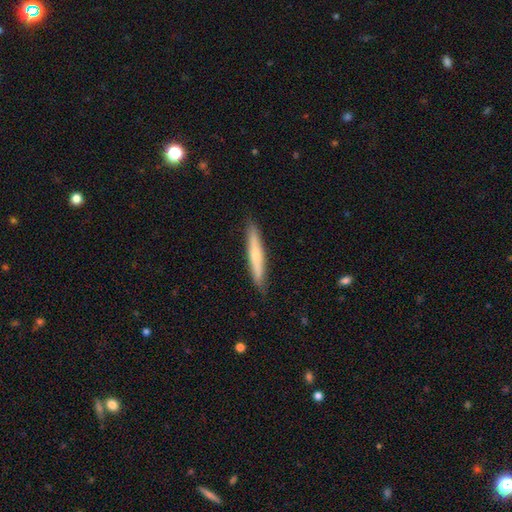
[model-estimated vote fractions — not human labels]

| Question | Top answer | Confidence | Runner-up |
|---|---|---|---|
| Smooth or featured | smooth | 58% | featured or disk (37%) |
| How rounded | cigar-shaped | 93% | in between (6%) |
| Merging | none | 87% | minor disturbance (10%) |